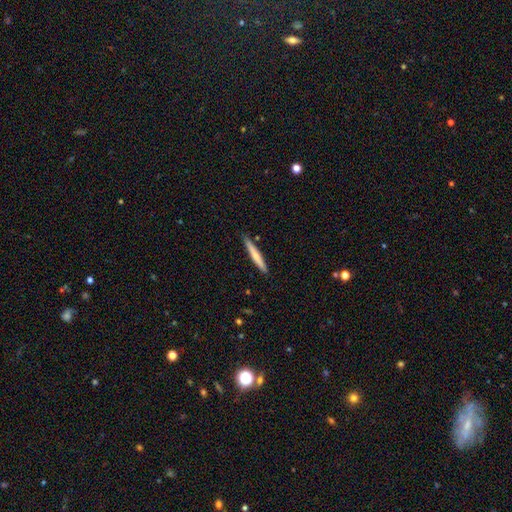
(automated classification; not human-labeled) A smooth galaxy with no disk features (63%) that is cigar-shaped (95%). Merging: none (87%).